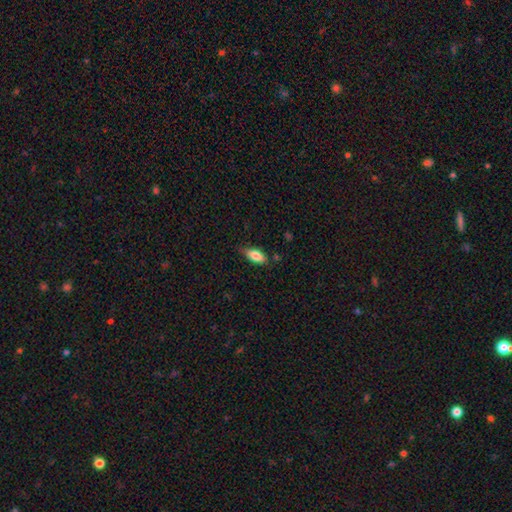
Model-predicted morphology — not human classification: Overall: smooth (81%). How rounded: in between (84%). Merging: none (70%).